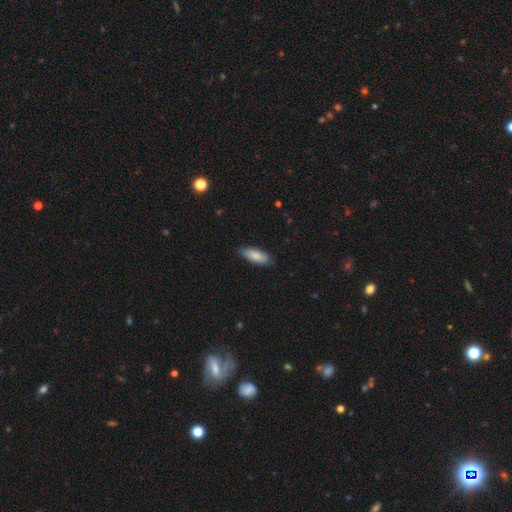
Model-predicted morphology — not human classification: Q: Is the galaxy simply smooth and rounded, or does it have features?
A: smooth — 84%.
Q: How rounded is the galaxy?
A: in between — 75%.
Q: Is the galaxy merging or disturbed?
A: none — 78%.